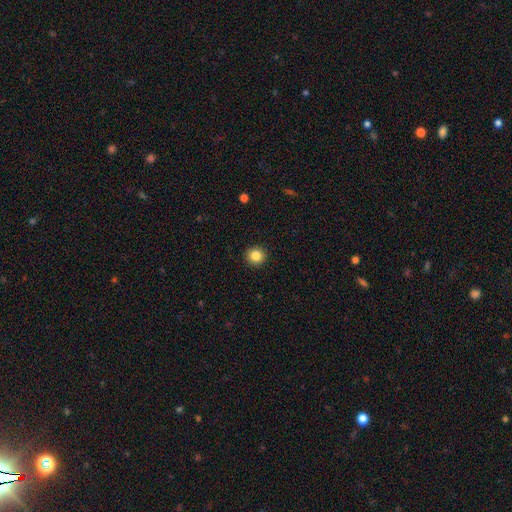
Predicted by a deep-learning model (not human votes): This is clearly a smooth galaxy (84%). How rounded: clearly round (93%). Merging: clearly none (92%).